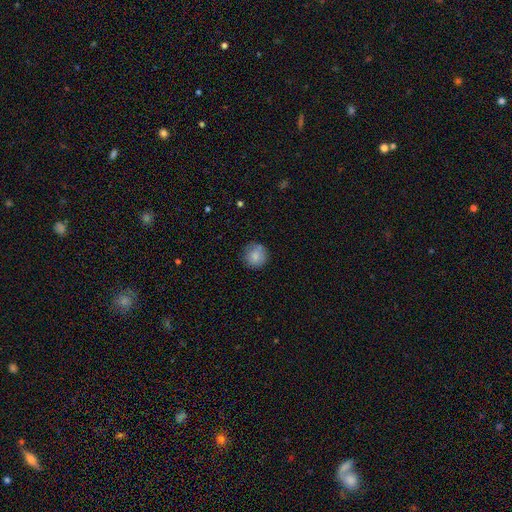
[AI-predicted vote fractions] Smooth or featured: smooth — 81% (featured or disk — 10%)
How rounded: round — 92% (in between — 7%)
Merging: none — 77% (minor disturbance — 17%)